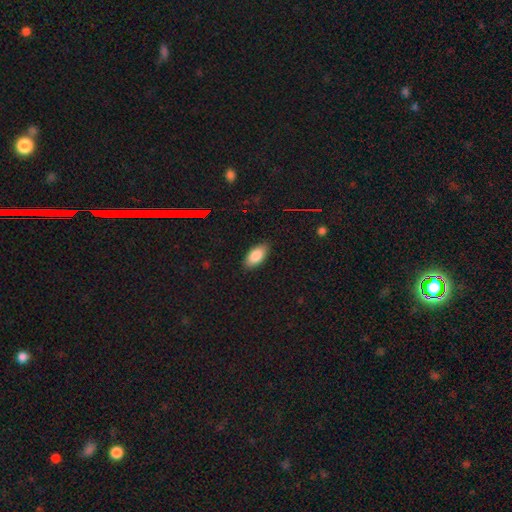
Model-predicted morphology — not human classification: Smooth or featured? smooth (85%)
How rounded? in between (91%)
Merging? none (86%)